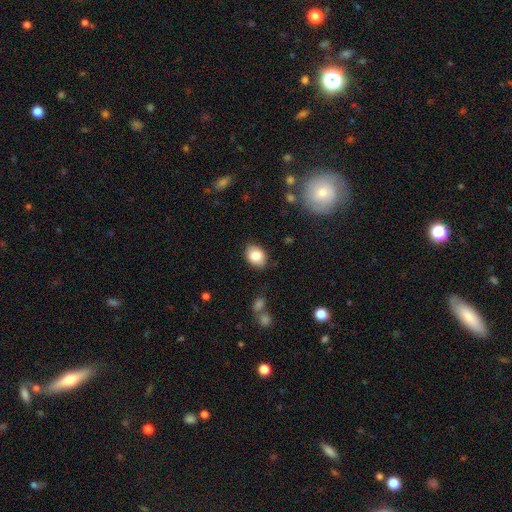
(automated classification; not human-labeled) Overall: smooth (83%). How rounded: in between (72%). Merging: none (83%).